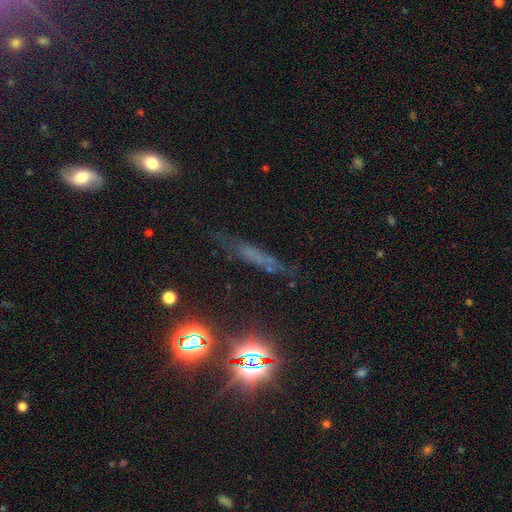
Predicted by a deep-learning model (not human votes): Smooth or featured? smooth (36%)
Merging? none (69%)